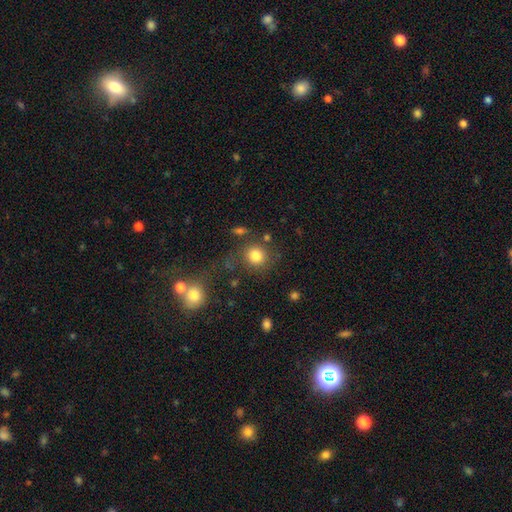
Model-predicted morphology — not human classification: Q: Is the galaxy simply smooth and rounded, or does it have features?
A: smooth — 81%.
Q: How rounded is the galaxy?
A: round — 87%.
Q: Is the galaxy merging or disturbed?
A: none — 74%.